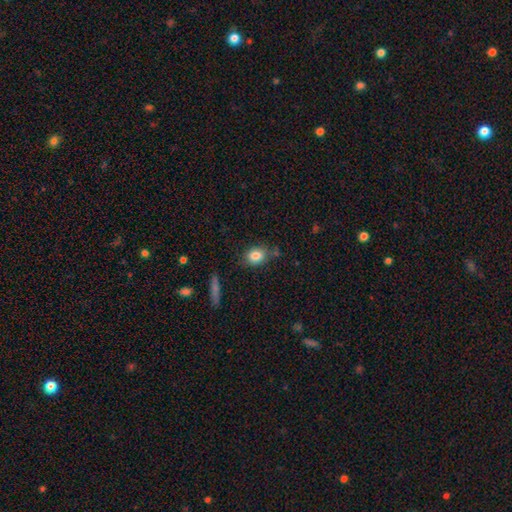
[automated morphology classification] A smooth galaxy with no disk features (83%) that is in between round and cigar-shaped (57%).

Vote fractions:
- Smooth or featured? smooth: 83% / star or artifact: 9% / featured or disk: 8%
- How rounded? in between: 57% / round: 41% / cigar-shaped: 2%
- Merging? none: 74% / minor disturbance: 17% / merger: 5% / major disturbance: 4%